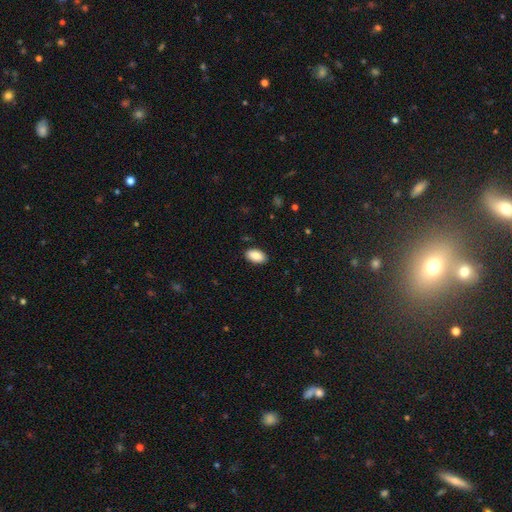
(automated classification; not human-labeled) smooth-or-featured: smooth: 89% | star or artifact: 7% | featured or disk: 4%
  how-rounded: in between: 94% | round: 4% | cigar-shaped: 2%
  merging: none: 89% | minor disturbance: 8% | major disturbance: 2% | merger: 1%